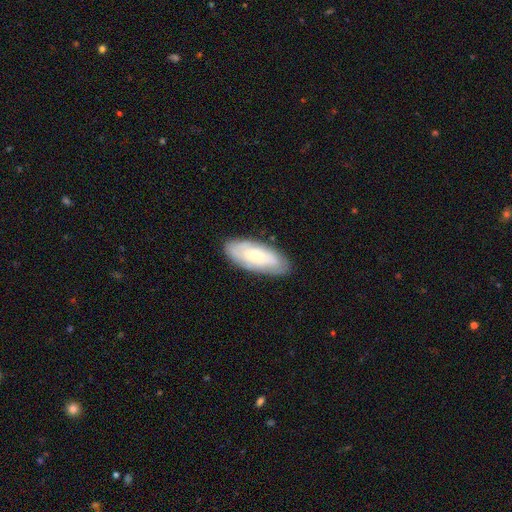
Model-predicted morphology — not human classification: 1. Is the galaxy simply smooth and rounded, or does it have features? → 57% smooth, 36% featured or disk, 7% star or artifact.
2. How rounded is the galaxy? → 80% in between, 18% cigar-shaped, 2% round.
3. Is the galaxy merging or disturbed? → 82% none, 14% minor disturbance, 3% major disturbance, 1% merger.